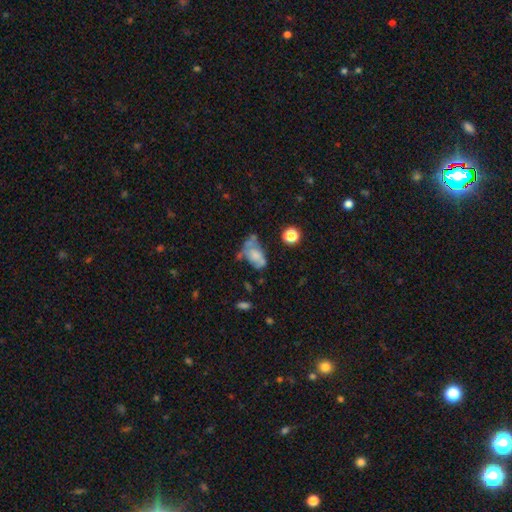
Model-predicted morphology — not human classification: Q: Smooth or featured?
A: smooth (51%); runner-up: featured or disk (37%)
Q: How rounded?
A: in between (86%); runner-up: round (11%)
Q: Merging?
A: major disturbance (29%); runner-up: minor disturbance (25%)